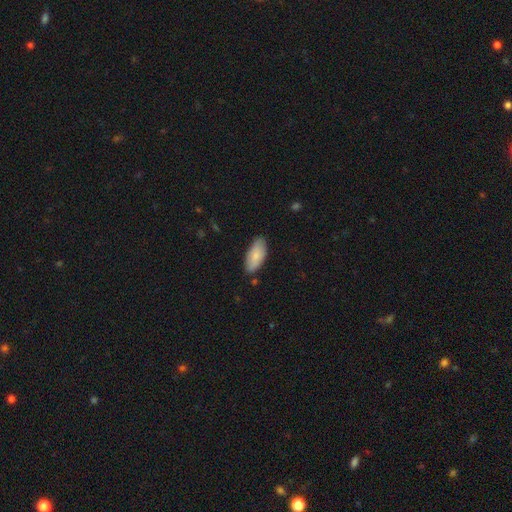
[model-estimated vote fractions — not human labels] Smooth or featured: smooth — 83% (featured or disk — 12%)
How rounded: in between — 89% (cigar-shaped — 9%)
Merging: none — 81% (minor disturbance — 15%)